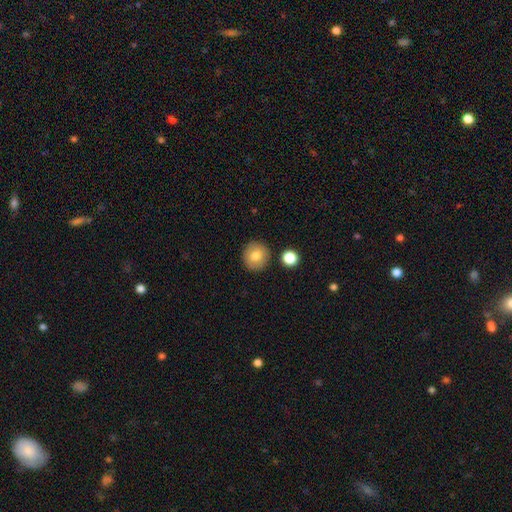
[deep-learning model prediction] The model was most divided on "smooth or featured": smooth: 80%, featured or disk: 12%, star or artifact: 8%. More confident: how rounded — round (90%); merging — none (87%).